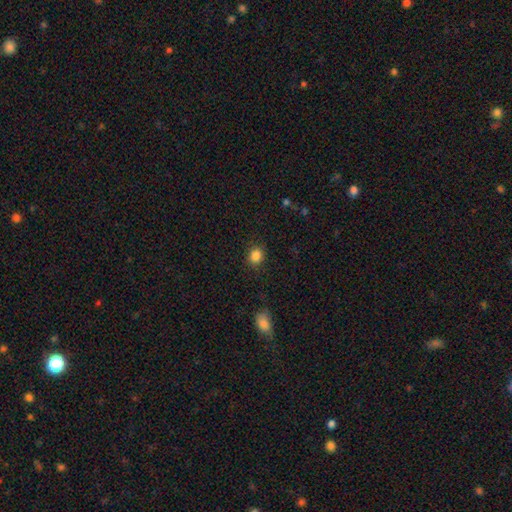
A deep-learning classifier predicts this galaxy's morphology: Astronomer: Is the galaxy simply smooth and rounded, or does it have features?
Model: smooth — 85%.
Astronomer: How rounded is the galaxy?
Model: round — 67%.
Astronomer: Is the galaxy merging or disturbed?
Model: none — 87%.